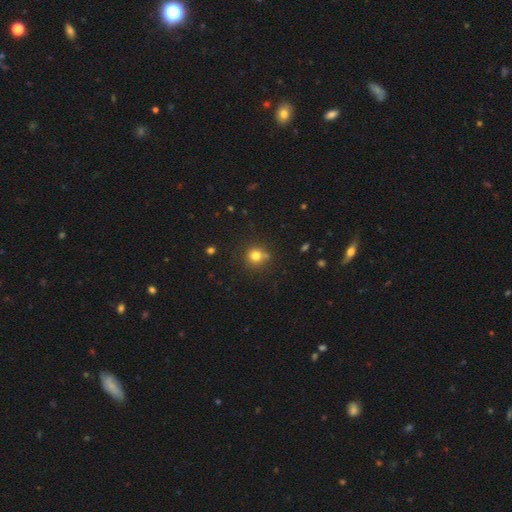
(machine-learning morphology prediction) smooth_or_featured: smooth (p=0.77) [alt: star or artifact p=0.15]
how_rounded: round (p=0.91) [alt: in between p=0.08]
merging: none (p=0.74) [alt: minor disturbance p=0.12]